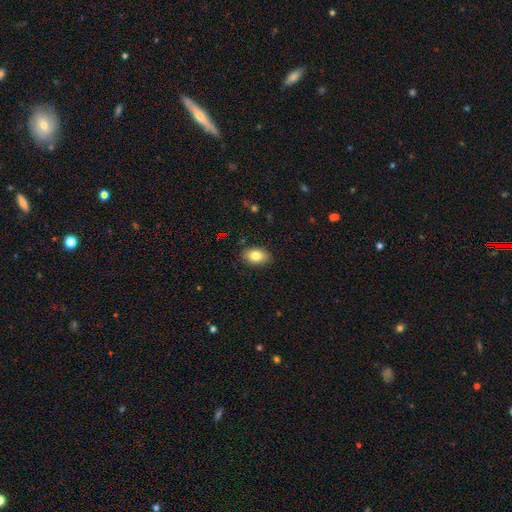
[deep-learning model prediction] smooth_or_featured: smooth (p=0.82) [alt: featured or disk p=0.09]
how_rounded: in between (p=0.85) [alt: round p=0.13]
merging: none (p=0.87) [alt: minor disturbance p=0.09]